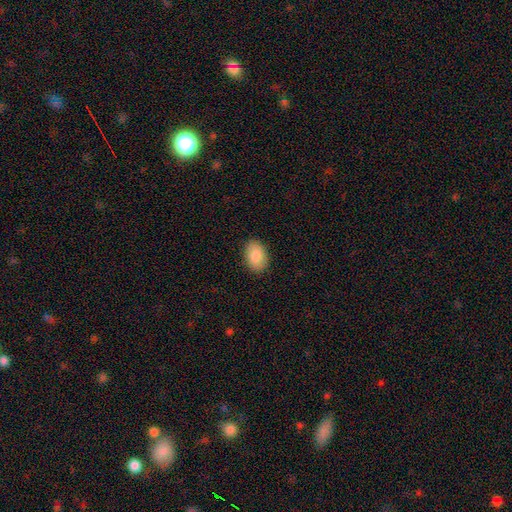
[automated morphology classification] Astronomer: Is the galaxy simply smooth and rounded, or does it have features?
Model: smooth — 87%.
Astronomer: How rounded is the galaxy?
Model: in between — 90%.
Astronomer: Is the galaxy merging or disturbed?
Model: none — 88%.